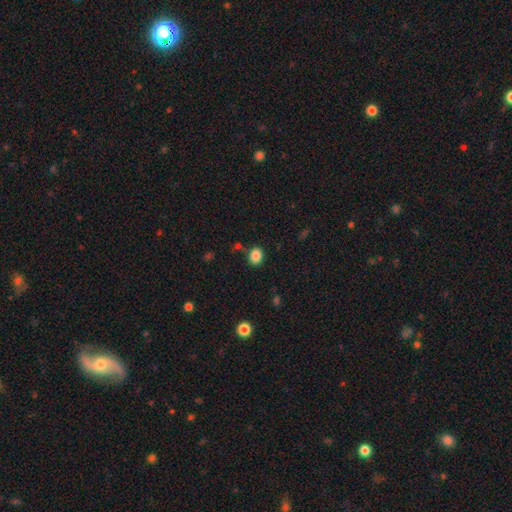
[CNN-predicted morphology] type=smooth (86%); roundness=in between (57%); merging=none (78%).